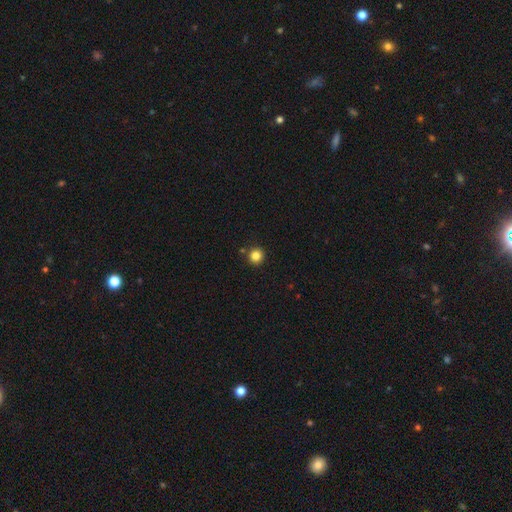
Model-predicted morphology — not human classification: Smooth or featured? smooth (83%)
How rounded? round (94%)
Merging? none (87%)